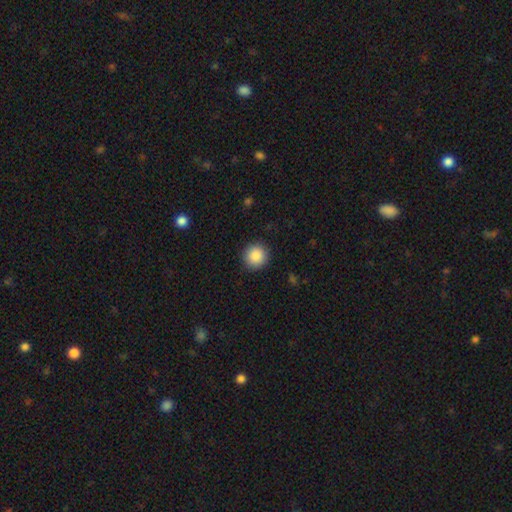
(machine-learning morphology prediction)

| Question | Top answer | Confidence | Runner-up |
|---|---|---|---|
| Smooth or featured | smooth | 88% | star or artifact (9%) |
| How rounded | round | 95% | in between (4%) |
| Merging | none | 91% | minor disturbance (6%) |